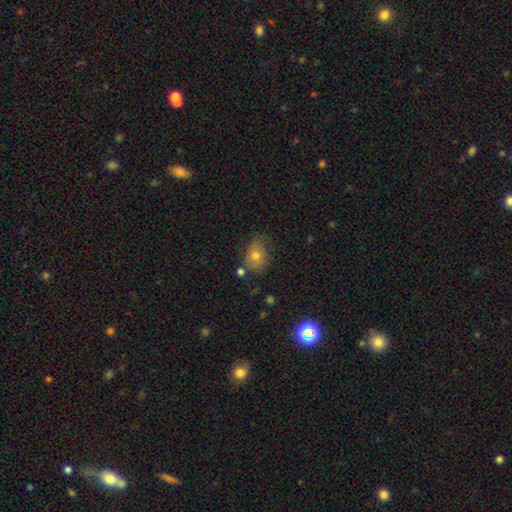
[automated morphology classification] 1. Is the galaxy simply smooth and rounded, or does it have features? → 67% smooth, 19% featured or disk, 14% star or artifact.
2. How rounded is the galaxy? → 60% in between, 39% round, 1% cigar-shaped.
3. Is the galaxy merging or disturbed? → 59% none, 26% minor disturbance, 8% major disturbance, 7% merger.